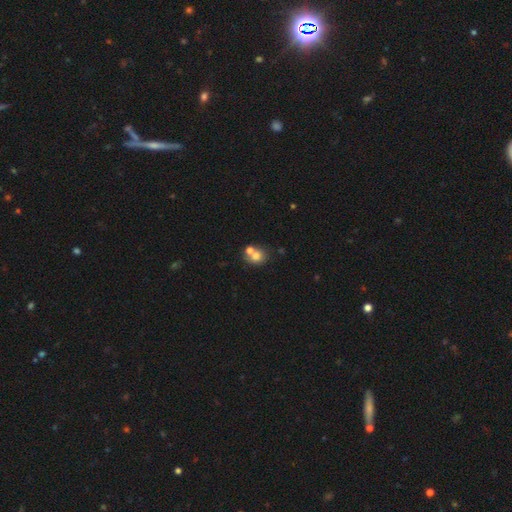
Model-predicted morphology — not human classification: Smooth or featured?
  - smooth: 71% *
  - featured or disk: 17%
  - star or artifact: 13%
How rounded?
  - round: 65% *
  - in between: 34%
  - cigar-shaped: 1%
Merging?
  - merger: 43% * (tied)
  - none: 43% * (tied)
  - minor disturbance: 9%
  - major disturbance: 4%